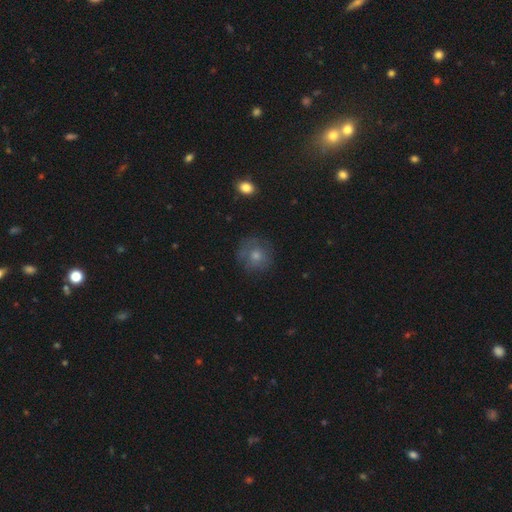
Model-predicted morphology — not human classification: Smooth or featured? smooth (64%)
How rounded? round (87%)
Merging? none (68%)